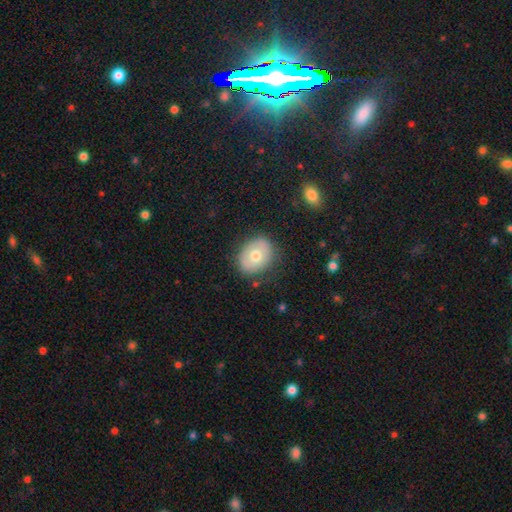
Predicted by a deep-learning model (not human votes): Smooth or featured: smooth — 66% (featured or disk — 26%)
How rounded: in between — 51% (round — 48%)
Merging: none — 82% (minor disturbance — 13%)